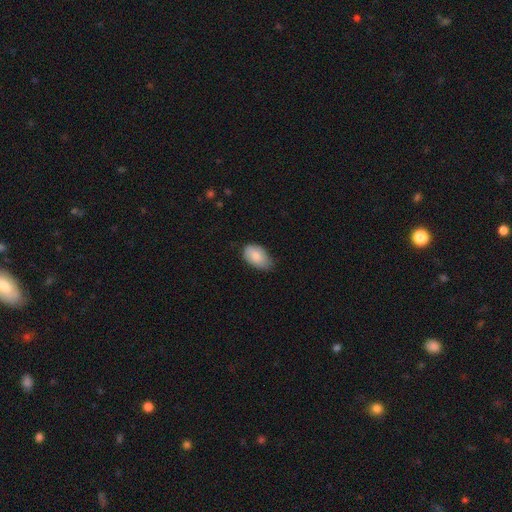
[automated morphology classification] Smooth or featured? smooth (84%)
How rounded? in between (92%)
Merging? none (57%)